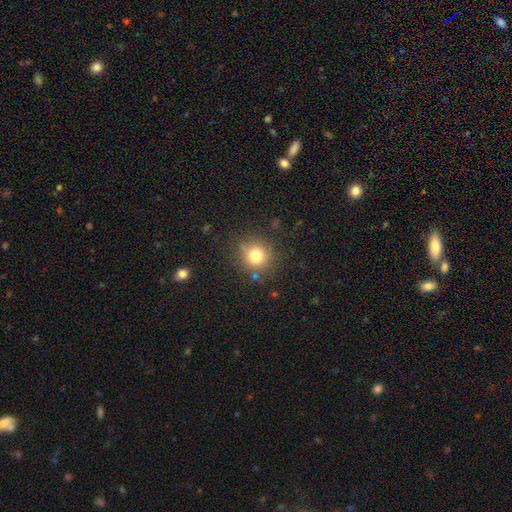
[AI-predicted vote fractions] smooth-or-featured: smooth: 77% | star or artifact: 13% | featured or disk: 9%
  how-rounded: round: 91% | in between: 8% | cigar-shaped: 1%
  merging: none: 79% | minor disturbance: 12% | merger: 4% | major disturbance: 4%